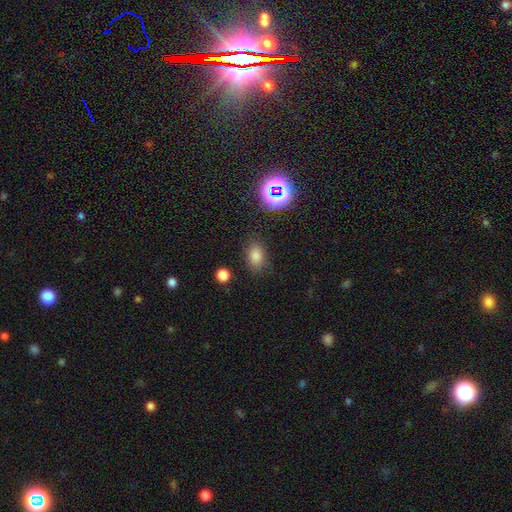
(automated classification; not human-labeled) smooth-or-featured: smooth: 76% | star or artifact: 17% | featured or disk: 6%
  how-rounded: in between: 77% | round: 21% | cigar-shaped: 2%
  merging: none: 80% | minor disturbance: 13% | major disturbance: 4% | merger: 2%